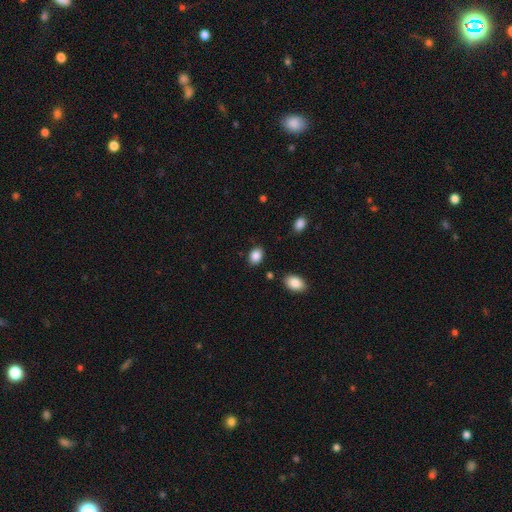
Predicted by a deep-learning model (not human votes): Morphology: type=smooth (87%); roundness=in between (69%); merging=none (85%).